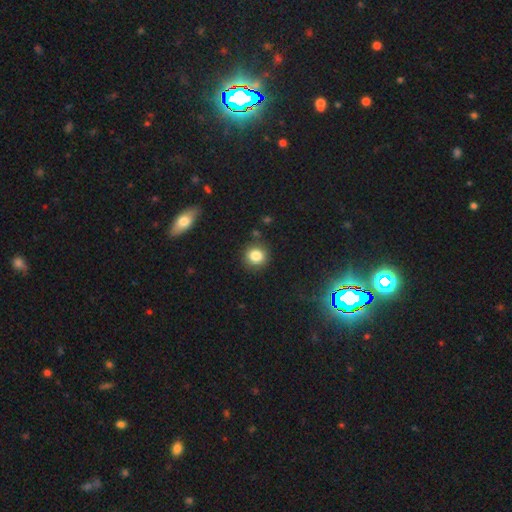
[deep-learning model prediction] This is clearly a smooth galaxy (83%). How rounded: clearly round (87%). Merging: clearly none (85%).